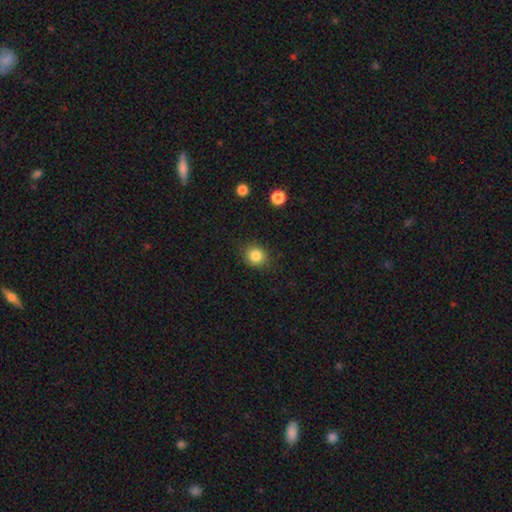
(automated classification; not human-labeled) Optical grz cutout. It shows a smooth galaxy with no disk features (84%) that is round (78%). Merging: none (86%).